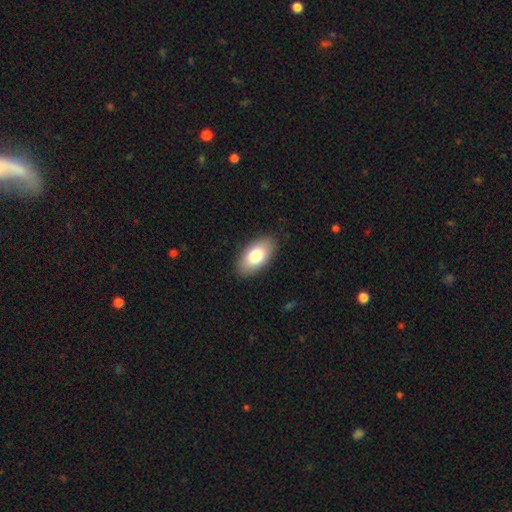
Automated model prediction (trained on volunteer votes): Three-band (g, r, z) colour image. It shows a smooth galaxy with no disk features (80%) that is in between round and cigar-shaped (95%). Merging: none (88%).